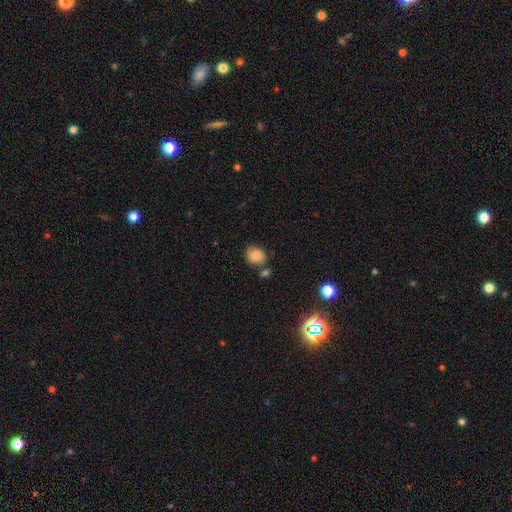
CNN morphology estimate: Smooth or featured: smooth — 85% (star or artifact — 9%)
How rounded: round — 69% (in between — 30%)
Merging: none — 66% (minor disturbance — 17%)